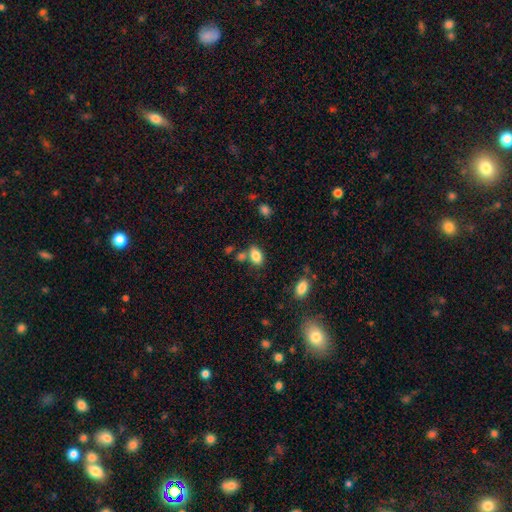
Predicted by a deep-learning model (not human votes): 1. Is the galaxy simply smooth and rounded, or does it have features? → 84% smooth, 9% star or artifact, 7% featured or disk.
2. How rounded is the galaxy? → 88% in between, 10% round, 2% cigar-shaped.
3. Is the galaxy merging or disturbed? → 66% none, 16% merger, 14% minor disturbance, 4% major disturbance.